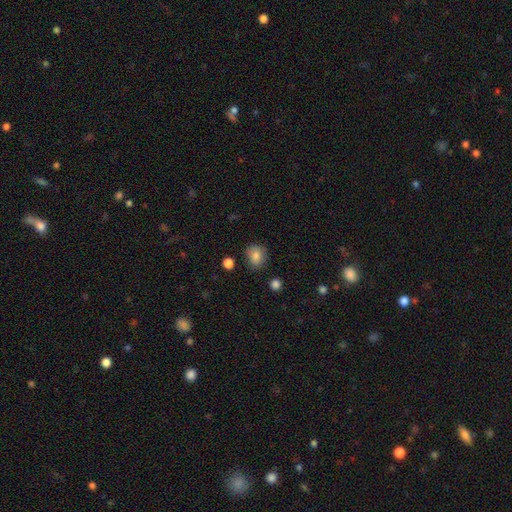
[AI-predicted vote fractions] Morphology: type=smooth (82%); roundness=round (60%); merging=none (77%).